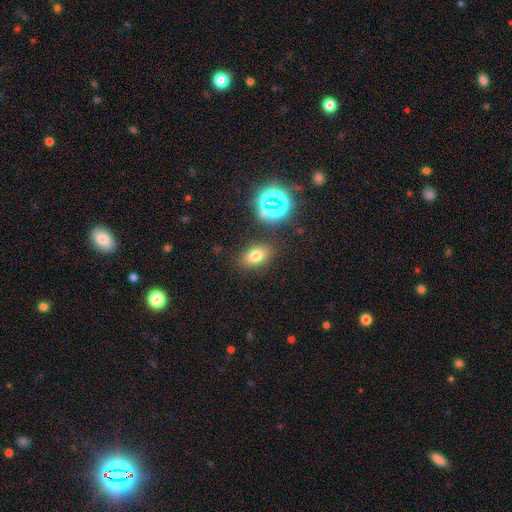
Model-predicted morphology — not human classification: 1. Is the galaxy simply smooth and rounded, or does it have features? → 68% smooth, 21% star or artifact, 11% featured or disk.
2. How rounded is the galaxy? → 79% in between, 18% round, 3% cigar-shaped.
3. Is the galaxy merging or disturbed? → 84% none, 10% minor disturbance, 3% major disturbance, 3% merger.